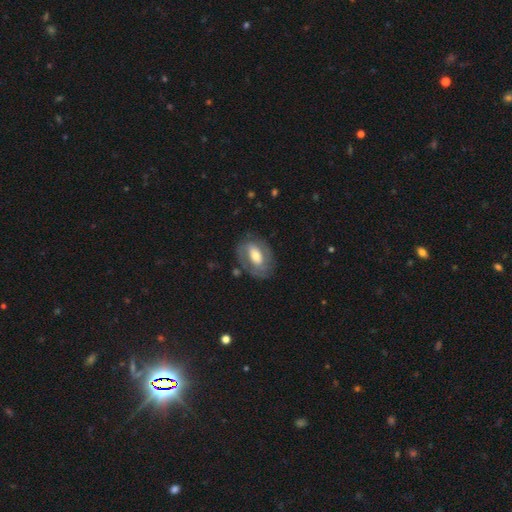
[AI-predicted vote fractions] Overall: featured or disk (62%; smooth 32%). Edge-on disk: no (94%). Bar: no (40%; weak 36%). Spiral arms: yes (67%; no 33%). Bulge size: moderate (58%; large 22%). Merging: none (72%).